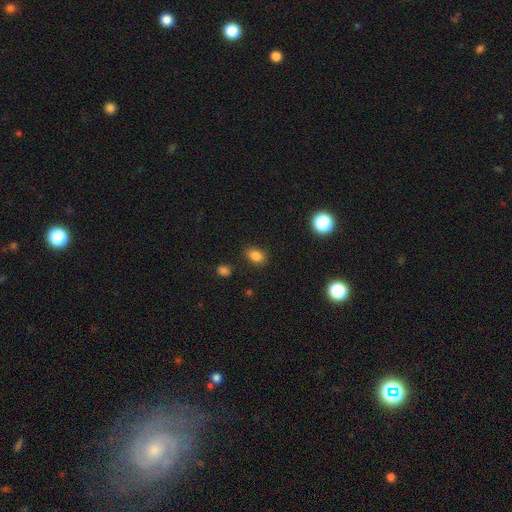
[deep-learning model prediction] A smooth galaxy with no disk features (83%) that is in between round and cigar-shaped (80%).

Vote fractions:
- Smooth or featured? smooth: 83% / star or artifact: 12% / featured or disk: 5%
- How rounded? in between: 80% / round: 19% / cigar-shaped: 2%
- Merging? none: 84% / minor disturbance: 11% / major disturbance: 3% / merger: 2%